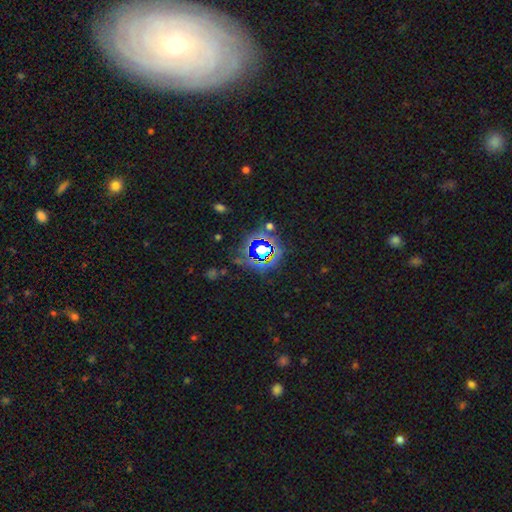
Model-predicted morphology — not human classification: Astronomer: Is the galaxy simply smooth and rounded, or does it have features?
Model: star or artifact — 77%.